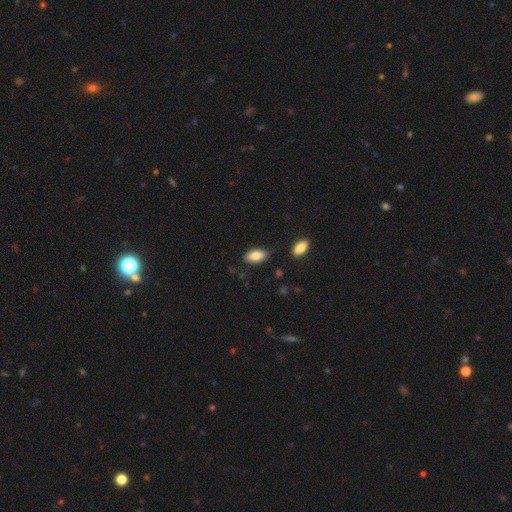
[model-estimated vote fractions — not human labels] smooth-or-featured: smooth: 85% | featured or disk: 8% | star or artifact: 7%
  how-rounded: in between: 90% | cigar-shaped: 7% | round: 3%
  merging: none: 80% | minor disturbance: 14% | major disturbance: 3% | merger: 3%